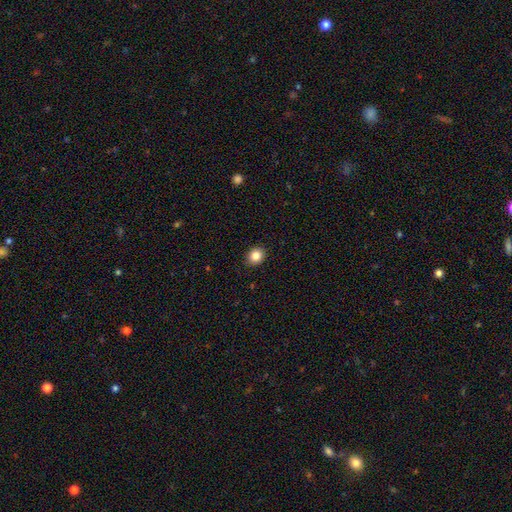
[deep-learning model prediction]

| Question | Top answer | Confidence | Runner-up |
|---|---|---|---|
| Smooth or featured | smooth | 85% | star or artifact (10%) |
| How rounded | round | 67% | in between (32%) |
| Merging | none | 90% | minor disturbance (7%) |